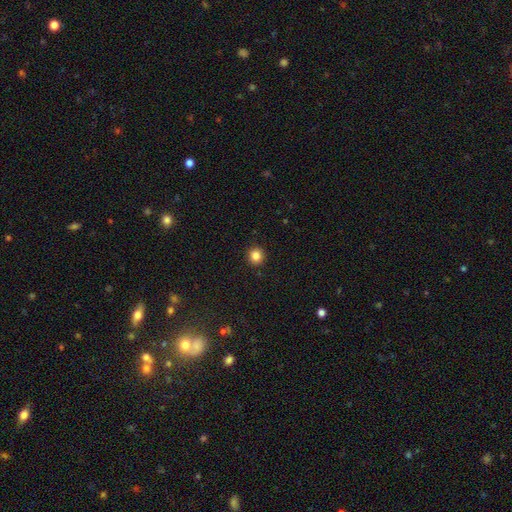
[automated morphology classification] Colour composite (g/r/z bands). It shows a smooth galaxy with no disk features (84%) that is round (93%). Merging: none (92%).